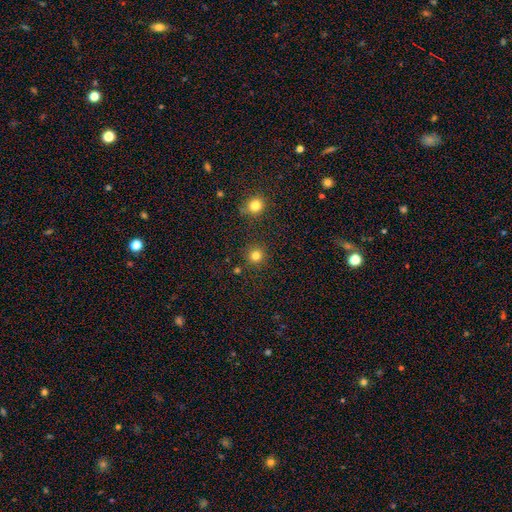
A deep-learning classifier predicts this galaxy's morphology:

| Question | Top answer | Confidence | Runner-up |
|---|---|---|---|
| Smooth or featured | smooth | 81% | star or artifact (14%) |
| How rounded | round | 93% | in between (6%) |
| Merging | none | 88% | minor disturbance (6%) |